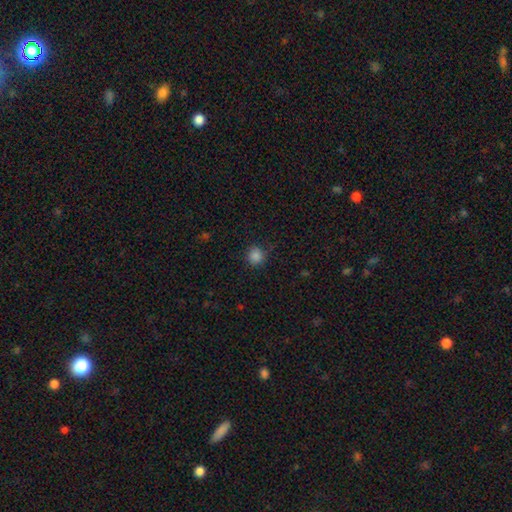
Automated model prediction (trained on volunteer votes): Overall: smooth (85%). How rounded: round (89%). Merging: none (84%).